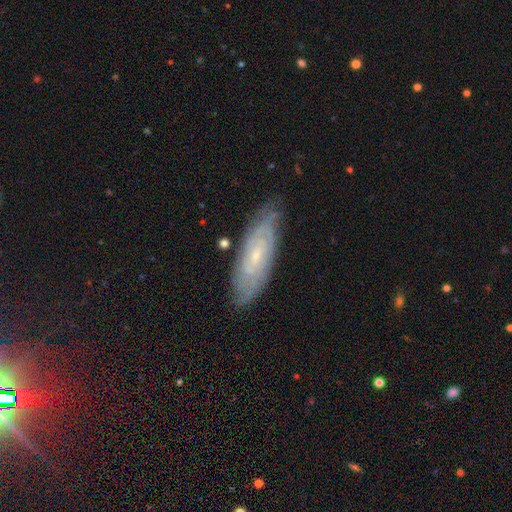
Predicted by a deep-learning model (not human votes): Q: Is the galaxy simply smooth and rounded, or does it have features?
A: featured or disk — 73%.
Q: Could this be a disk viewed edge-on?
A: no — 83%.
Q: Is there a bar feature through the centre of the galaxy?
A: no — 61%.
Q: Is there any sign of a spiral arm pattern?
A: yes — 90%.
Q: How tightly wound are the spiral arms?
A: tight — 69%.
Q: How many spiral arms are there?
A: can't tell — 54%.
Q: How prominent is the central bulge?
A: small — 77%.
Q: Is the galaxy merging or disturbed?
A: none — 78%.